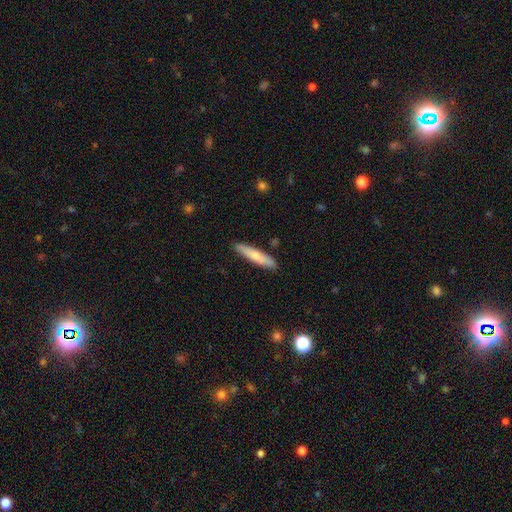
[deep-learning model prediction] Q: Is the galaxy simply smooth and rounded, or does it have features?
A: smooth — 67%.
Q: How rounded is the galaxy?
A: cigar-shaped — 85%.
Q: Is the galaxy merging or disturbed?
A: none — 86%.